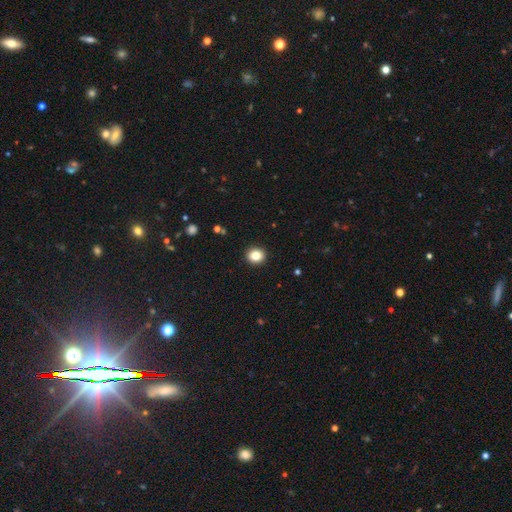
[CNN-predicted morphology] Smooth or featured? Predicted: smooth (p=0.83). How rounded? Predicted: round (p=0.79). Merging? Predicted: none (p=0.92).